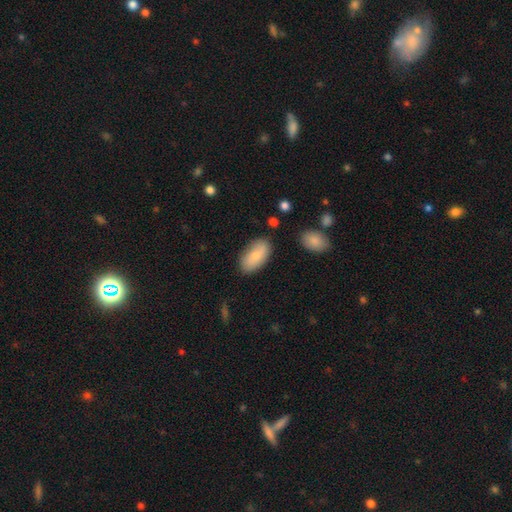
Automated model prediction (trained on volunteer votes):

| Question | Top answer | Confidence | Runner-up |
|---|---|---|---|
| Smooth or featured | smooth | 77% | featured or disk (17%) |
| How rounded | in between | 94% | round (3%) |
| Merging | none | 80% | minor disturbance (14%) |